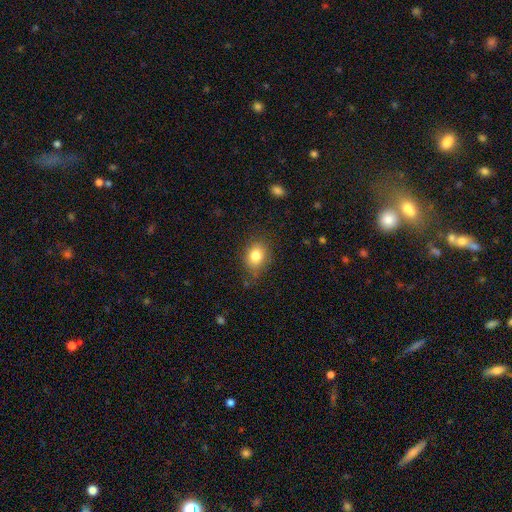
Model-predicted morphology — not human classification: Q: Smooth or featured?
A: smooth (82%); runner-up: star or artifact (10%)
Q: How rounded?
A: in between (54%); runner-up: round (45%)
Q: Merging?
A: none (76%); runner-up: minor disturbance (18%)